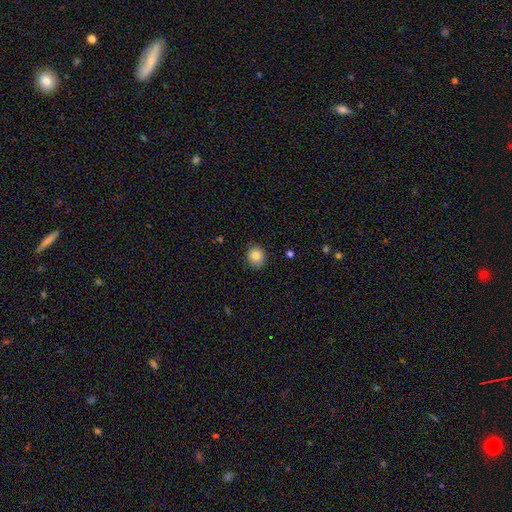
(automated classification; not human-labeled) A smooth galaxy with no disk features (84%) that is round (81%).

Vote fractions:
- Smooth or featured? smooth: 84% / star or artifact: 9% / featured or disk: 7%
- How rounded? round: 81% / in between: 18% / cigar-shaped: 1%
- Merging? none: 86% / minor disturbance: 11% / major disturbance: 2% / merger: 1%